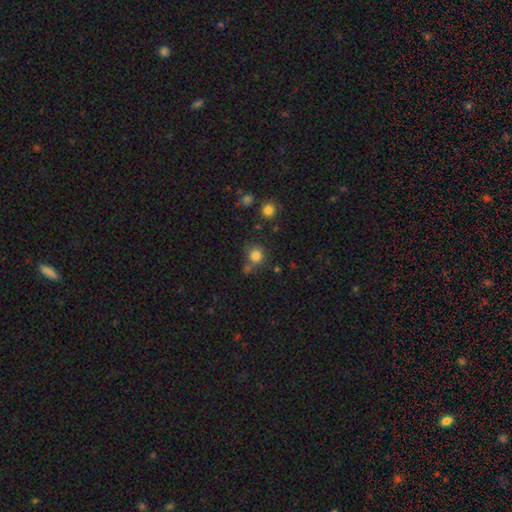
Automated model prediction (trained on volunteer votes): This appears to be a smooth galaxy with no disk features (82%) that is round (88%). Merging: none (68%).